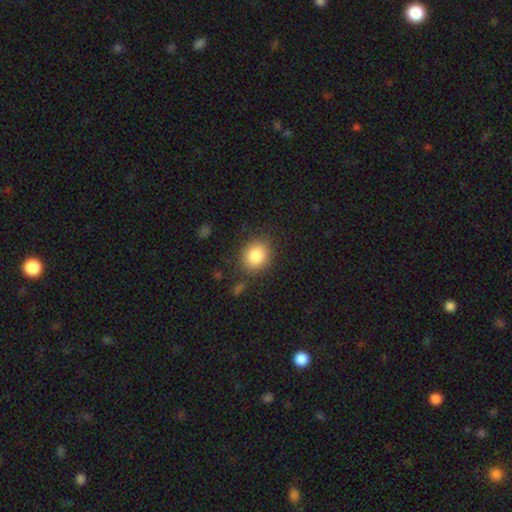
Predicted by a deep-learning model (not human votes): Morphology: type=smooth (85%); roundness=round (68%); merging=none (83%).